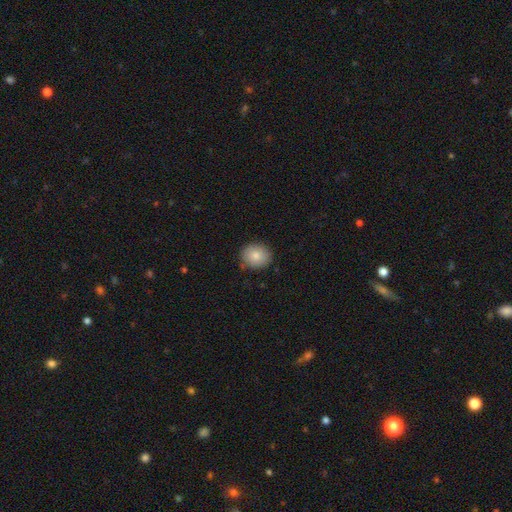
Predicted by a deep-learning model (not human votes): smooth 85%, star or artifact 8%, featured or disk 7%. Down the decision tree: how rounded — round (72%); merging — none (86%).